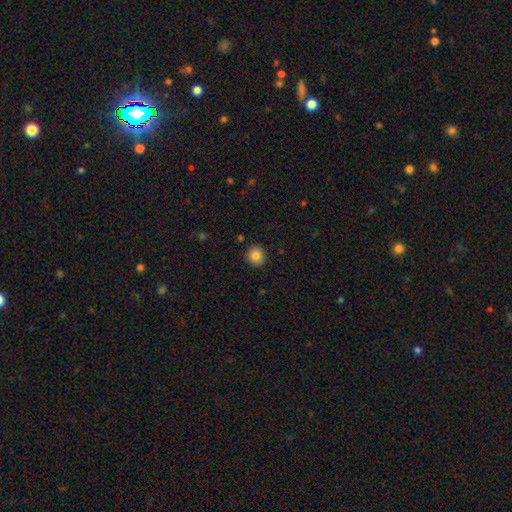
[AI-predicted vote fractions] smooth 85%, star or artifact 10%, featured or disk 6%. Down the decision tree: how rounded — round (90%); merging — none (91%).